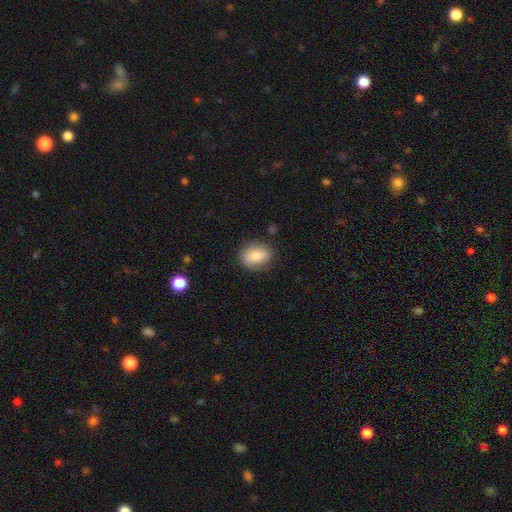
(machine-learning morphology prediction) smooth-or-featured: smooth: 83% | featured or disk: 10% | star or artifact: 7%
  how-rounded: in between: 61% | round: 38% | cigar-shaped: 1%
  merging: none: 80% | minor disturbance: 14% | major disturbance: 4% | merger: 1%